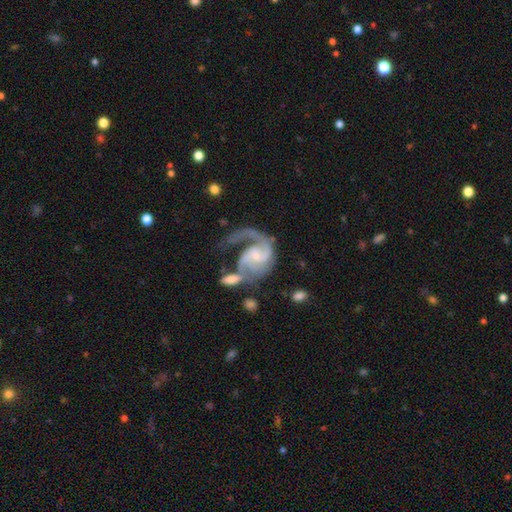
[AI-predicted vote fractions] The model was most divided on "merging": major disturbance: 31%, none: 29%, merger: 25%, minor disturbance: 15%. Remaining: edge-on disk — no (98%); spiral arms — yes (96%); smooth or featured — featured or disk (88%); spiral arm count — 2 (58%); bulge size — small (57%); spiral winding — medium (50%); bar — no (46%).